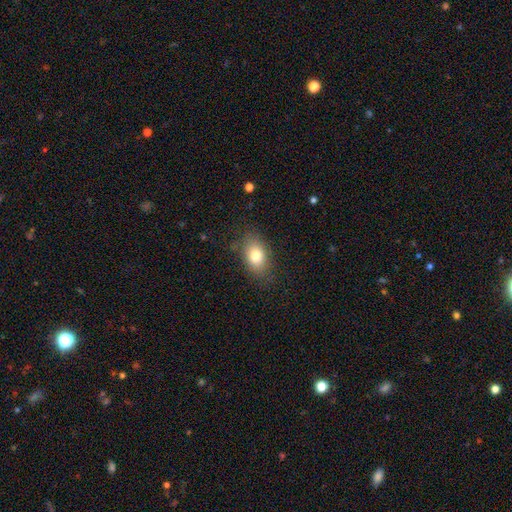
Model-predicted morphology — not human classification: Smooth or featured? smooth (79%)
How rounded? in between (84%)
Merging? none (80%)